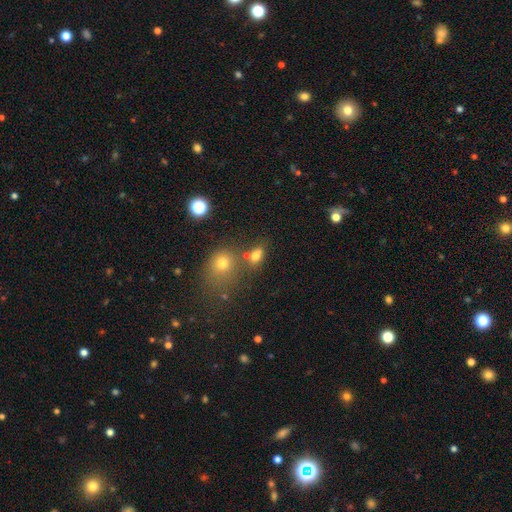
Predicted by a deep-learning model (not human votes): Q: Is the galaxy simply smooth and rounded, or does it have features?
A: smooth — 75%.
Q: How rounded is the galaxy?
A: in between — 71%.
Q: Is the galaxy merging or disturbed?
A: none — 54%.